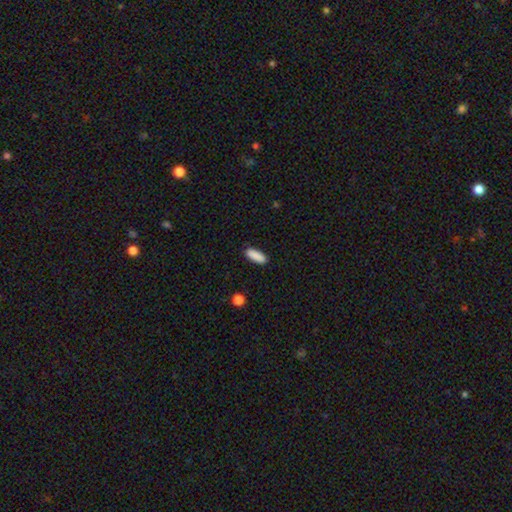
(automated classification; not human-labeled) smooth-or-featured: smooth: 89% | star or artifact: 7% | featured or disk: 4%
  how-rounded: in between: 61% | cigar-shaped: 38% | round: 2%
  merging: none: 89% | minor disturbance: 8% | major disturbance: 2% | merger: 1%